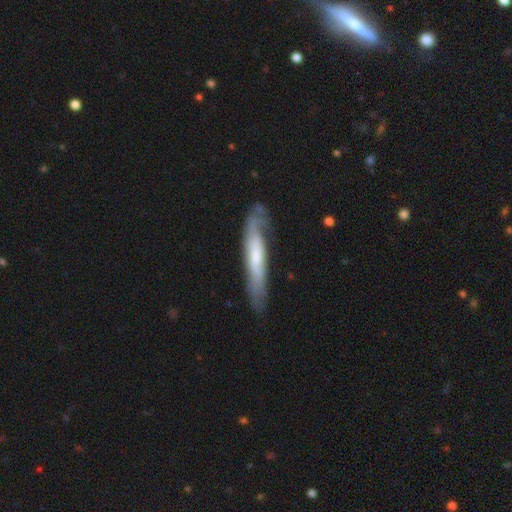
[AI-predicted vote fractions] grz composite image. It shows a featured or disk galaxy (52%) viewed edge-on (61%). Merging: none (68%).